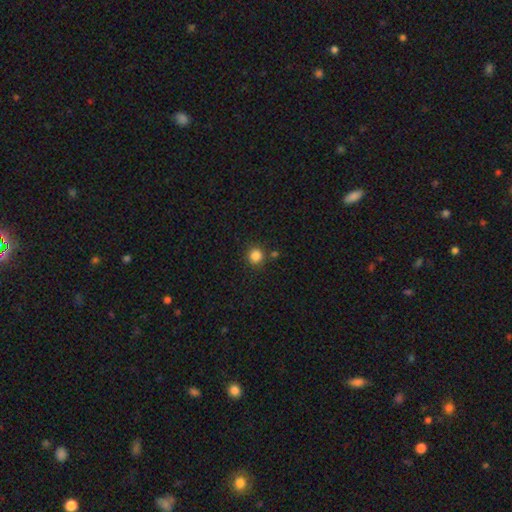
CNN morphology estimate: This appears to be a smooth galaxy with no disk features (85%) that is round (92%). Merging: none (83%).